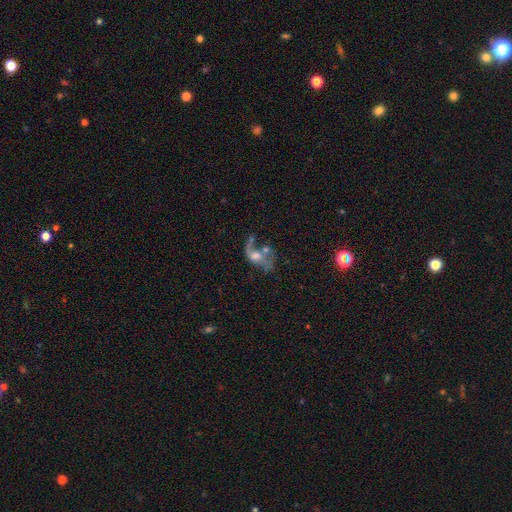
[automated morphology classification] Smooth or featured? featured or disk (64%)
Edge-on disk? no (96%)
Bar? no (71%)
Spiral arms? yes (64%)
Bulge size? moderate (49%)
Merging? major disturbance (34%)